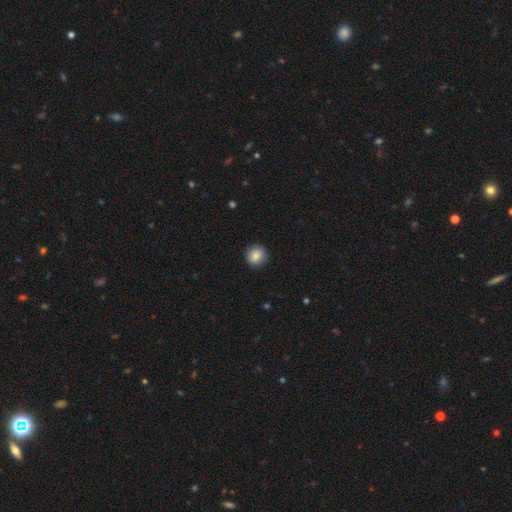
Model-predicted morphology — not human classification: The model was most divided on "smooth or featured": smooth: 85%, star or artifact: 8%, featured or disk: 7%. More confident: how rounded — round (91%); merging — none (91%).